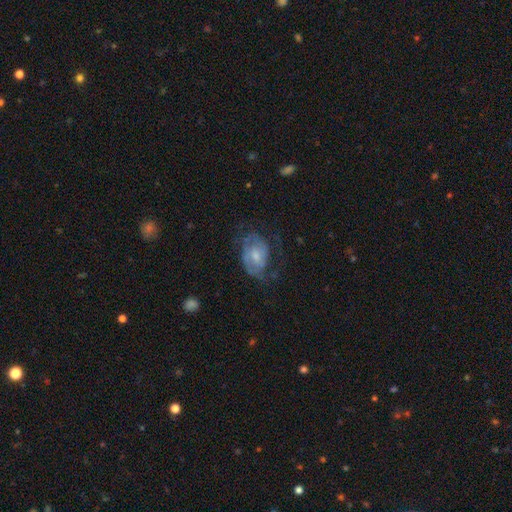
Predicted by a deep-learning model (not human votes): Overall: featured or disk (67%). Edge-on disk: no (97%). Bar: no (53%; weak 40%). Spiral arms: yes (82%). Spiral arm count: 2 (57%; can't tell 25%). Spiral winding: medium (45%; tight 33%). Bulge size: moderate (46%; small 41%). Merging: none (49%; major disturbance 25%).